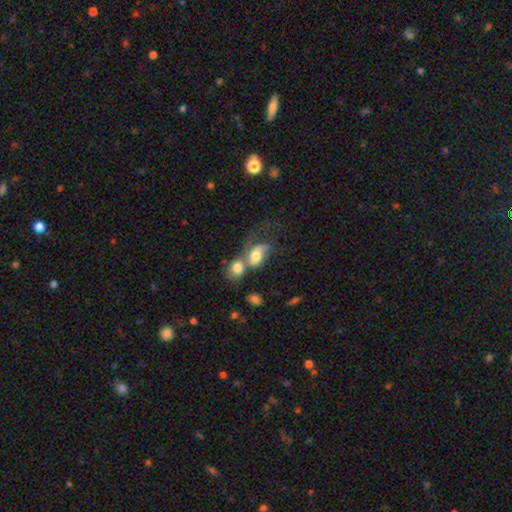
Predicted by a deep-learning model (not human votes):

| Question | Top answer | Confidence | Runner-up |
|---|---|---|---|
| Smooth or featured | smooth | 49% | featured or disk (43%) |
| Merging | merger | 67% | major disturbance (16%) |